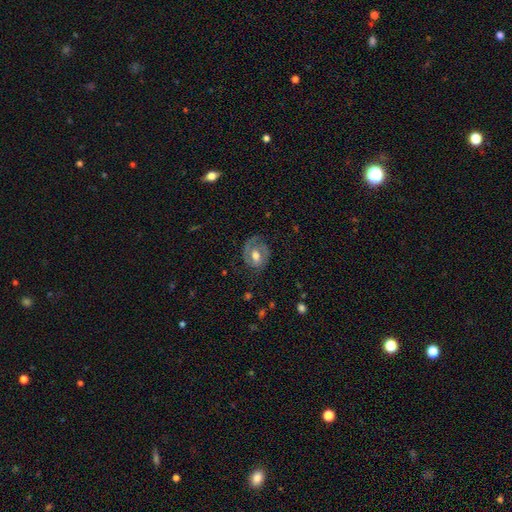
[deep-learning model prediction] Overall: featured or disk (63%; smooth 30%). Edge-on disk: no (96%). Bar: no (50%; weak 38%). Spiral arms: yes (77%). Bulge size: moderate (61%; large 27%). Merging: none (63%).